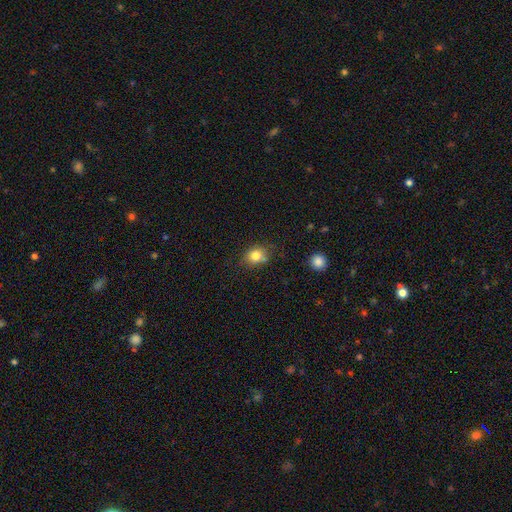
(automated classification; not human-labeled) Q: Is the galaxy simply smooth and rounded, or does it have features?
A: smooth — 81%.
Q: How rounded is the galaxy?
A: round — 69%.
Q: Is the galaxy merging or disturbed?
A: none — 70%.